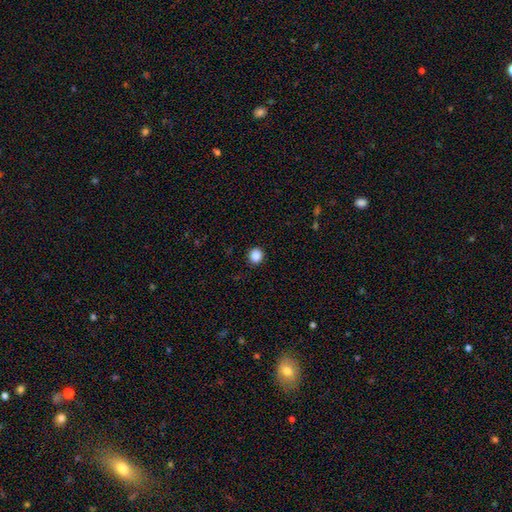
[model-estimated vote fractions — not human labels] Smooth or featured: smooth — 87% (star or artifact — 10%)
How rounded: round — 89% (in between — 10%)
Merging: none — 92% (minor disturbance — 6%)